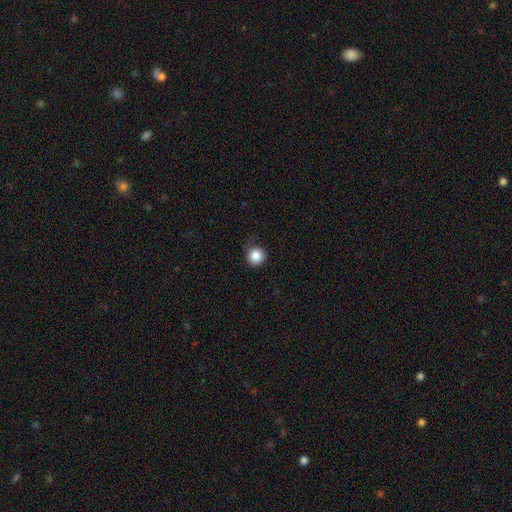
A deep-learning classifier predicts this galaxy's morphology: Smooth or featured? Predicted: smooth (p=0.86). How rounded? Predicted: round (p=0.93). Merging? Predicted: none (p=0.77).